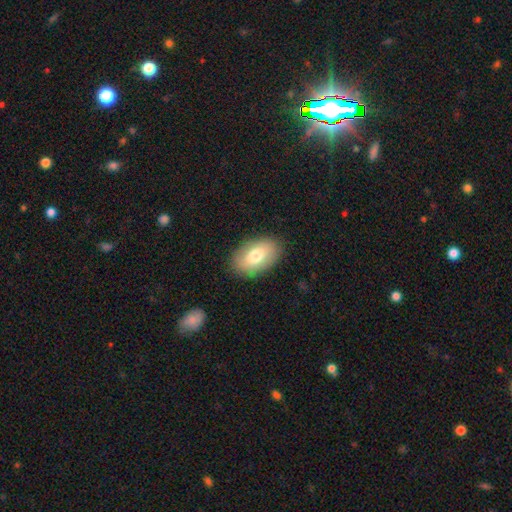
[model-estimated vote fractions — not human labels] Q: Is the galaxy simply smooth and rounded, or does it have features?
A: smooth — 75%.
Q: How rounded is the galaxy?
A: in between — 91%.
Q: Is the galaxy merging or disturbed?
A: none — 86%.